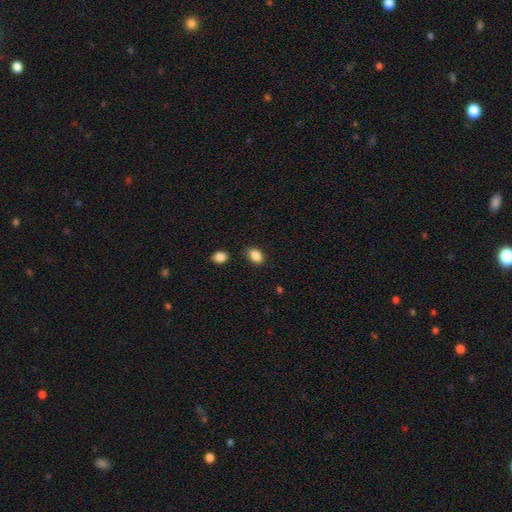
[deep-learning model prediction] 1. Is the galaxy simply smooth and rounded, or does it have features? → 87% smooth, 9% star or artifact, 4% featured or disk.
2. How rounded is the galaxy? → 81% in between, 17% round, 1% cigar-shaped.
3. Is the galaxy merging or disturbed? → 80% none, 13% minor disturbance, 4% merger, 3% major disturbance.